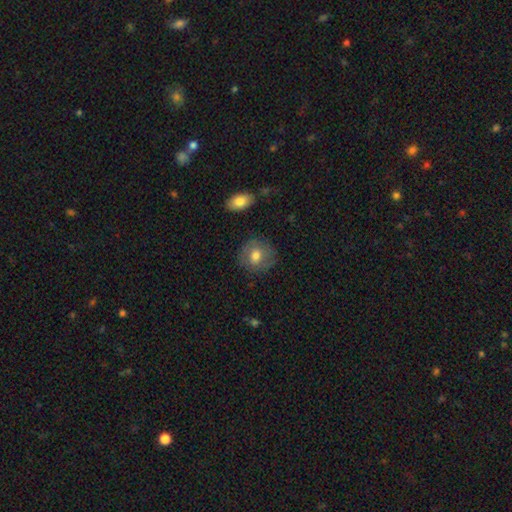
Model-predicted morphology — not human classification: This is likely a smooth galaxy (70%). How rounded: clearly round (83%). Merging: clearly none (82%).